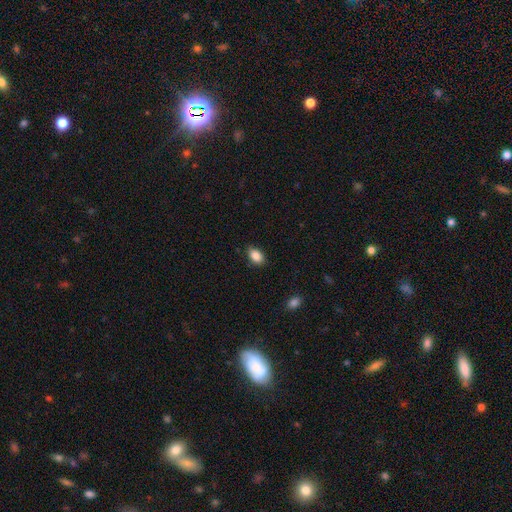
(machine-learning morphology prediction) Overall: smooth (88%). How rounded: in between (87%). Merging: none (85%).